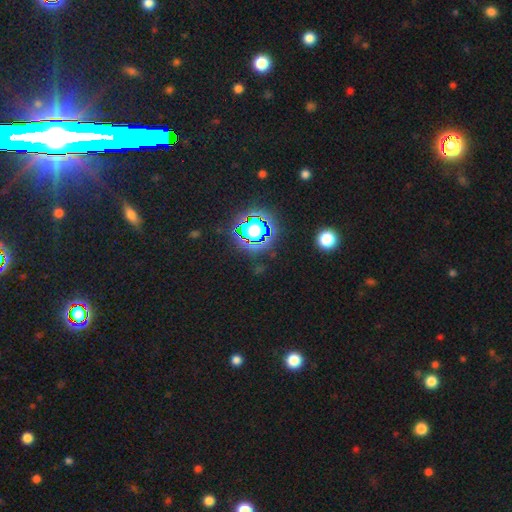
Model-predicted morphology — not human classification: Smooth or featured?
  - star or artifact: 79% *
  - smooth: 12%
  - featured or disk: 9%